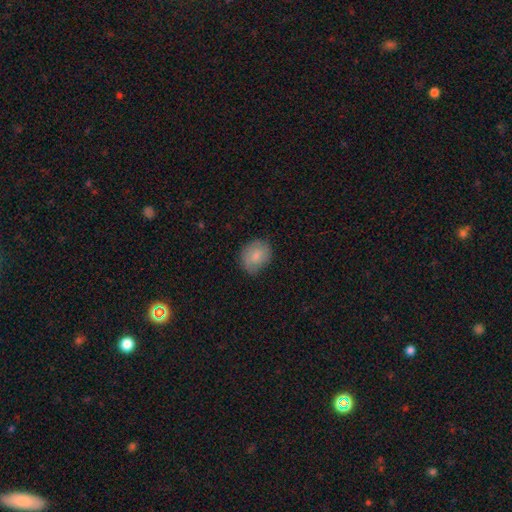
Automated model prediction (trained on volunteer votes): Smooth or featured? Predicted: smooth (p=0.75). How rounded? Predicted: round (p=0.53). Merging? Predicted: none (p=0.68).